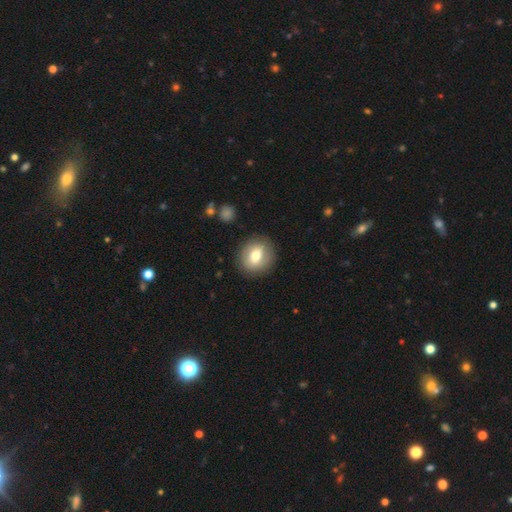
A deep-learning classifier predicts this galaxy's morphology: smooth-or-featured: smooth: 69% | featured or disk: 23% | star or artifact: 8%
  how-rounded: round: 72% | in between: 27% | cigar-shaped: 1%
  merging: none: 86% | minor disturbance: 9% | major disturbance: 3% | merger: 1%